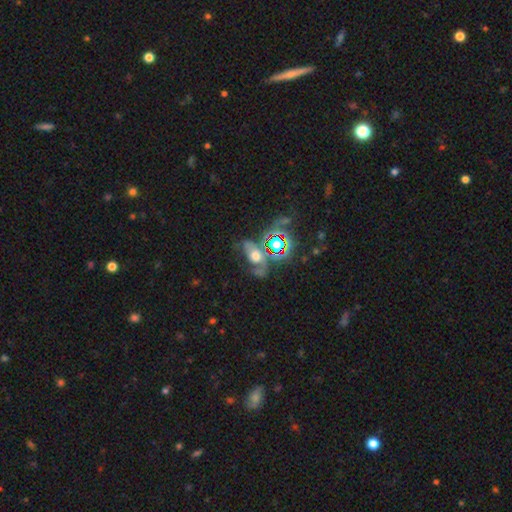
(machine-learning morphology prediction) type=featured or disk (43%); merging=none (38%).